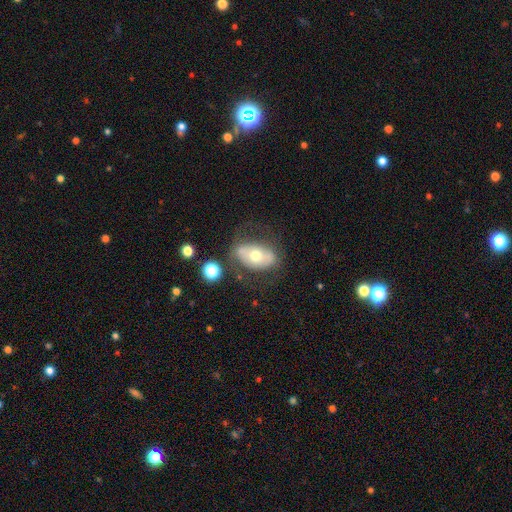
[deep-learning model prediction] smooth_or_featured: smooth (p=0.46) [tied with: featured or disk p=0.46]
merging: none (p=0.62) [alt: minor disturbance p=0.19]